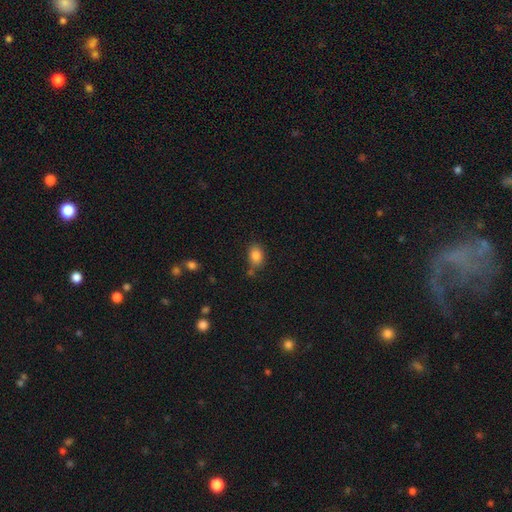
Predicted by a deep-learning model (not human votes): smooth-or-featured: smooth: 85% | star or artifact: 9% | featured or disk: 6%
  how-rounded: in between: 75% | round: 24% | cigar-shaped: 1%
  merging: none: 70% | minor disturbance: 16% | merger: 9% | major disturbance: 4%